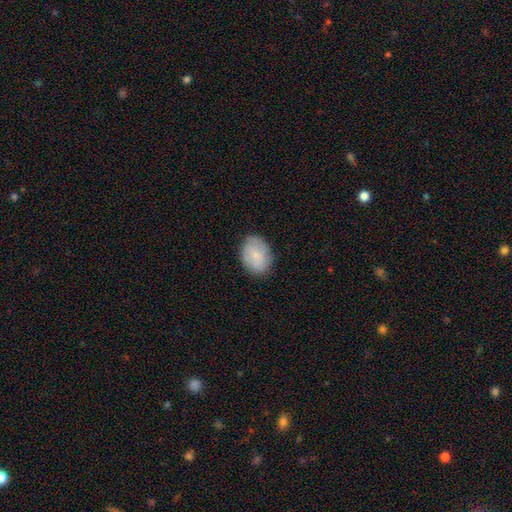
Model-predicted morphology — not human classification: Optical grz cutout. It shows a smooth galaxy with no disk features (75%) that is in between round and cigar-shaped (72%). Merging: none (82%).